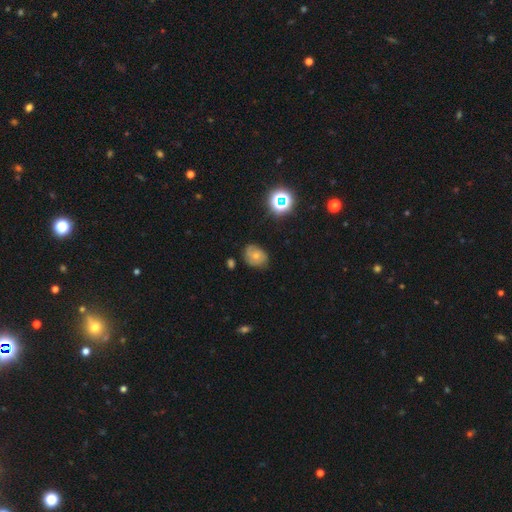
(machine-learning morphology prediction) smooth 46%, featured or disk 40%, star or artifact 15%. Down the decision tree: merging — none (64%).